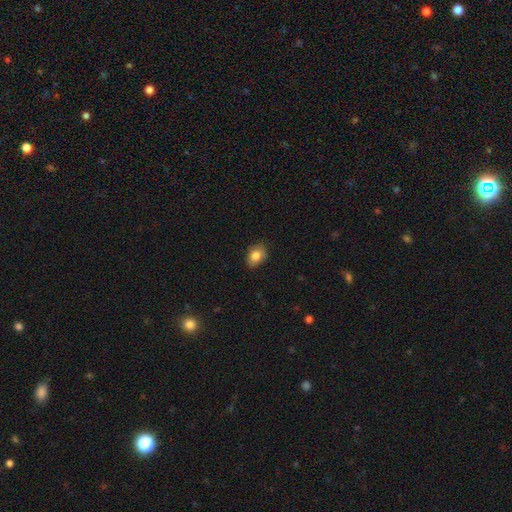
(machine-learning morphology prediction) Smooth or featured? Predicted: smooth (p=0.82). How rounded? Predicted: in between (p=0.75). Merging? Predicted: none (p=0.83).